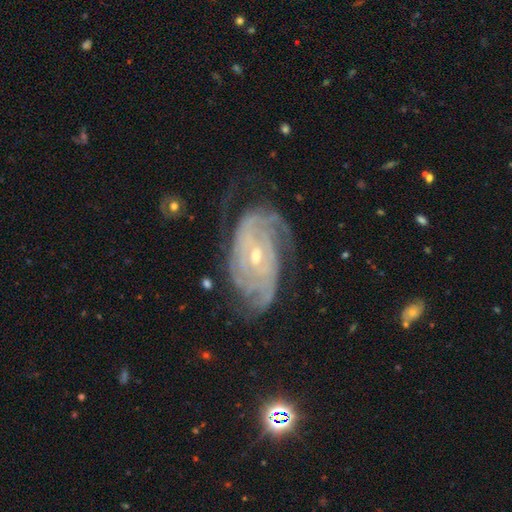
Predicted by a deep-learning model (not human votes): Morphology: type=featured or disk (89%); edge-on=no (96%); bar=no (49%); spiral arms=yes (97%); winding=tight (73%); arm count=can't tell (28%); bulge=small (55%); merging=none (67%).